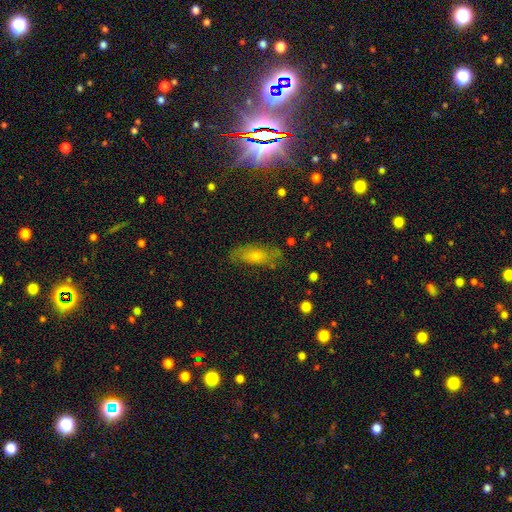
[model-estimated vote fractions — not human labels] smooth 44%, featured or disk 34%, star or artifact 23%. Down the decision tree: merging — none (72%).